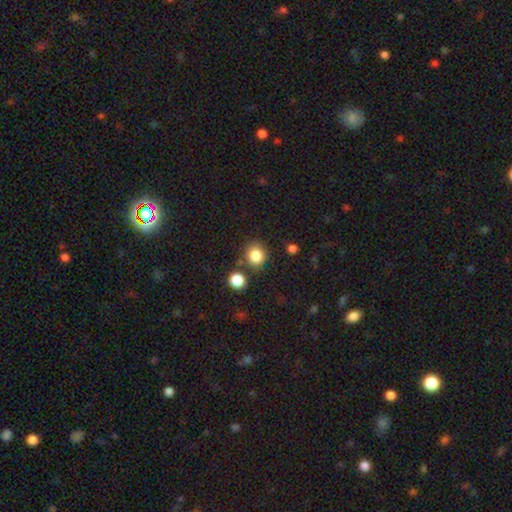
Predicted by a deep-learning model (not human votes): Smooth or featured?
  - smooth: 84% *
  - star or artifact: 11%
  - featured or disk: 5%
How rounded?
  - round: 84% *
  - in between: 15%
  - cigar-shaped: 1%
Merging?
  - none: 78% *
  - minor disturbance: 10%
  - merger: 9%
  - major disturbance: 3%